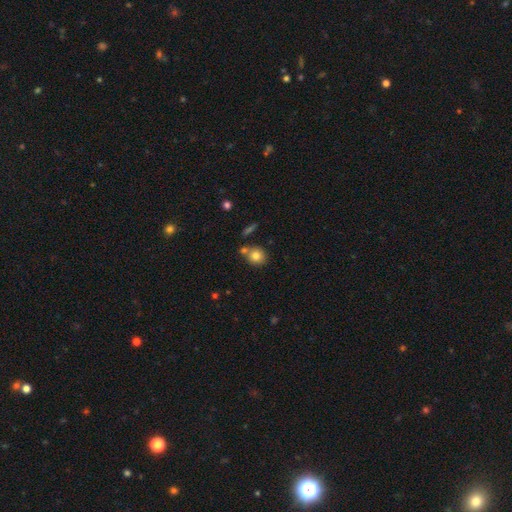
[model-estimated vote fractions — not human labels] Smooth or featured? Predicted: smooth (p=0.80). How rounded? Predicted: round (p=0.75). Merging? Predicted: none (p=0.65).